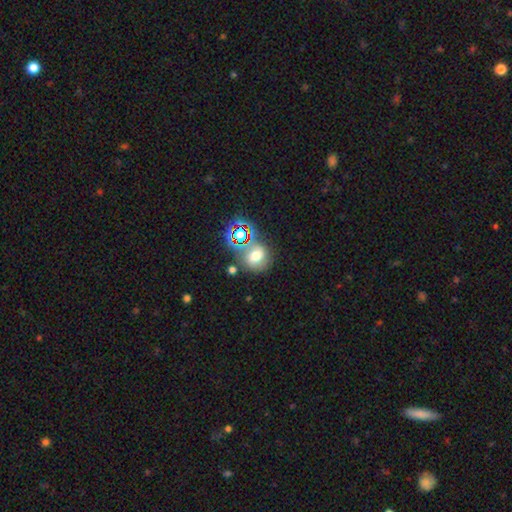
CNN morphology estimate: smooth 55%, star or artifact 28%, featured or disk 17%. Down the decision tree: how rounded — round (71%); merging — none (63%).